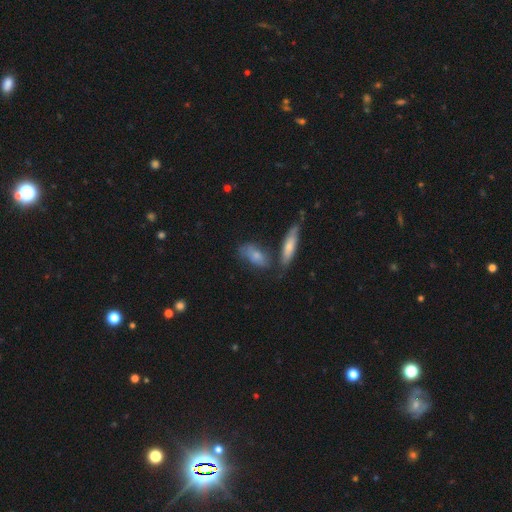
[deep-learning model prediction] The model was most divided on "merging": none: 49%, minor disturbance: 22%, merger: 21%, major disturbance: 8%. More confident: how rounded — in between (74%); smooth or featured — smooth (67%).